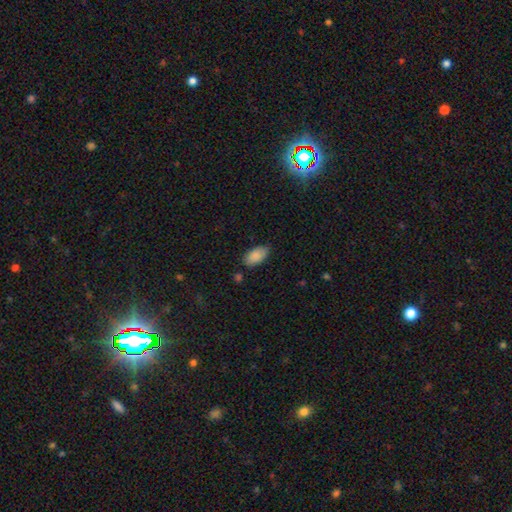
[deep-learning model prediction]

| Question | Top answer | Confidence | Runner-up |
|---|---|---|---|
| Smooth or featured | smooth | 89% | star or artifact (7%) |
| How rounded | in between | 93% | cigar-shaped (4%) |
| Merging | none | 79% | minor disturbance (16%) |